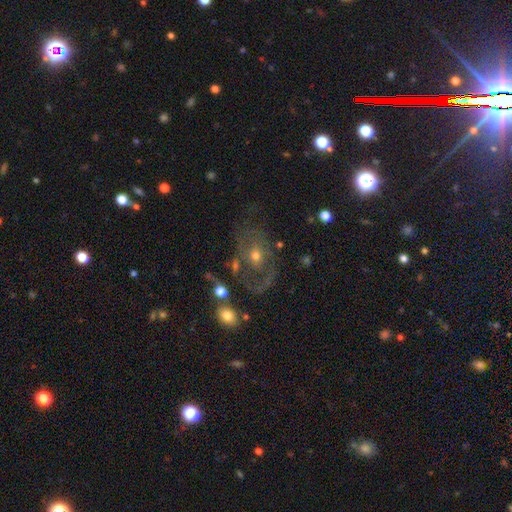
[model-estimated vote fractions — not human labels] Morphology: type=featured or disk (66%); edge-on=no (96%); bar=no (77%); spiral arms=yes (61%); bulge=moderate (53%); merging=none (47%).